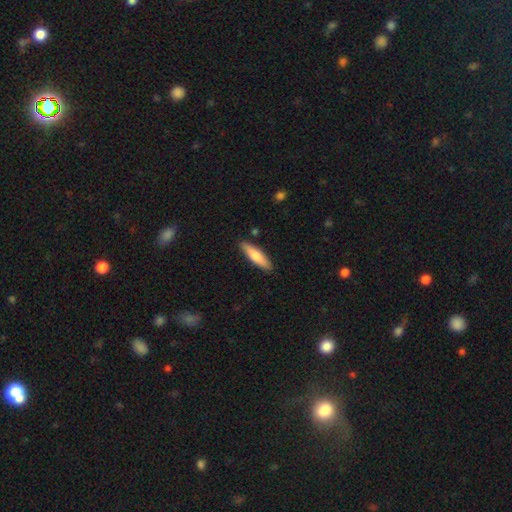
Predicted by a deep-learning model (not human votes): The model was most divided on "how rounded": cigar-shaped: 69%, in between: 29%, round: 2%. More confident: merging — none (88%); smooth or featured — smooth (72%).